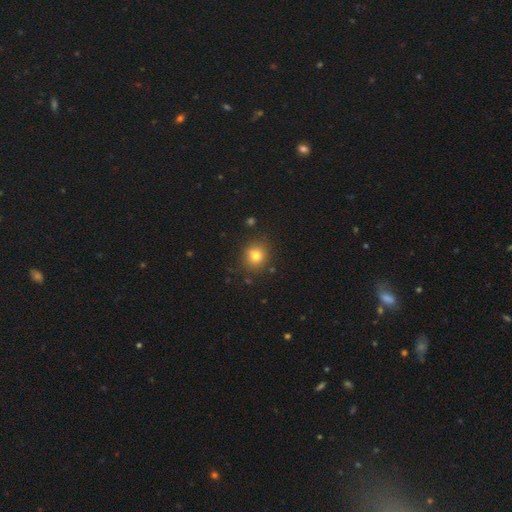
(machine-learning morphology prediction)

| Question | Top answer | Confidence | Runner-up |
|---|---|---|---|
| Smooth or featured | smooth | 79% | star or artifact (13%) |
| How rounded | round | 83% | in between (16%) |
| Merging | none | 85% | minor disturbance (10%) |